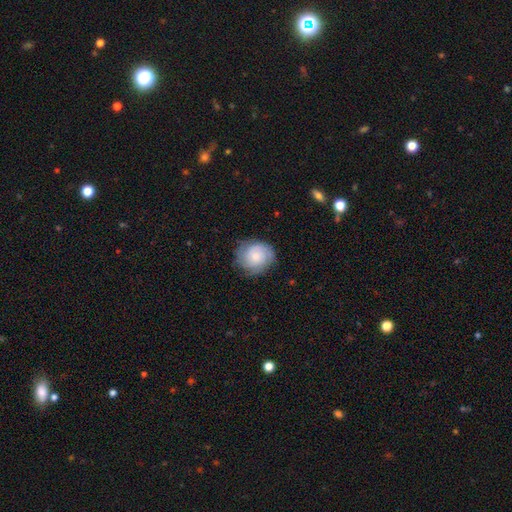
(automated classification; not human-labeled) This is possibly a featured or disk galaxy (50%). Merging: likely none (77%).